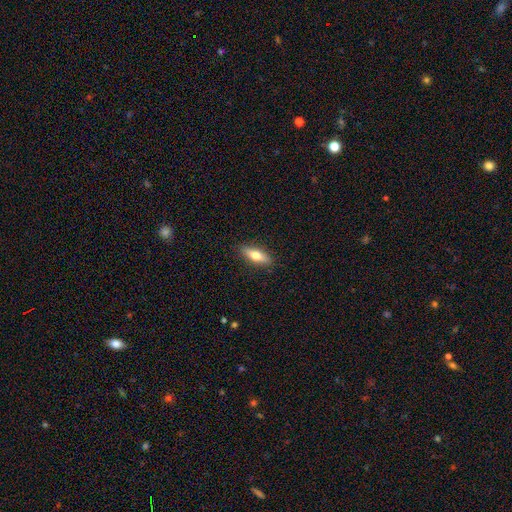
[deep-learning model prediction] Q: Smooth or featured?
A: smooth (58%); runner-up: featured or disk (35%)
Q: How rounded?
A: in between (51%); runner-up: cigar-shaped (46%)
Q: Merging?
A: none (89%); runner-up: minor disturbance (8%)